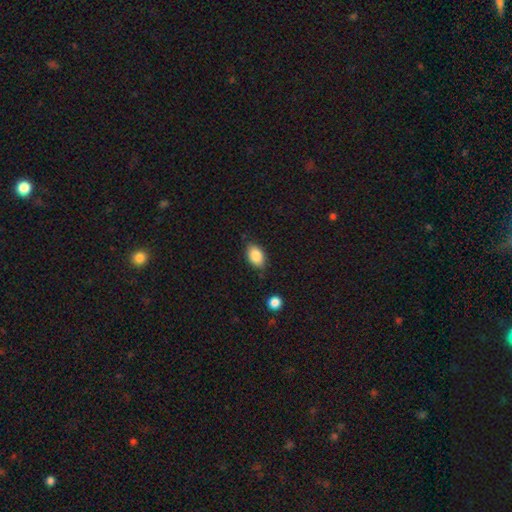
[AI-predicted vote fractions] smooth_or_featured: smooth (p=0.86) [alt: star or artifact p=0.07]
how_rounded: in between (p=0.89) [alt: round p=0.09]
merging: none (p=0.79) [alt: minor disturbance p=0.15]